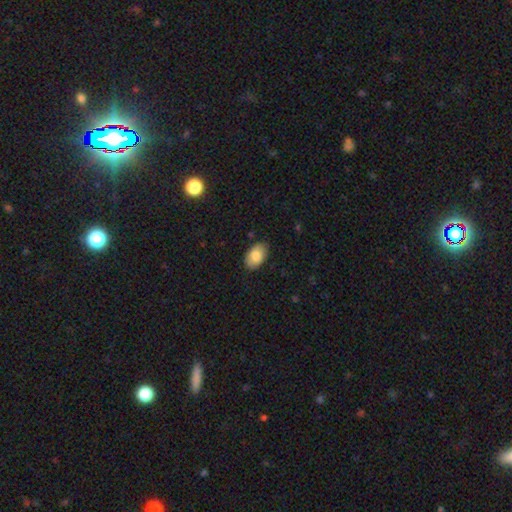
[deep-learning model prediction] A smooth galaxy with no disk features (84%) that is in between round and cigar-shaped (93%). Merging: none (86%).